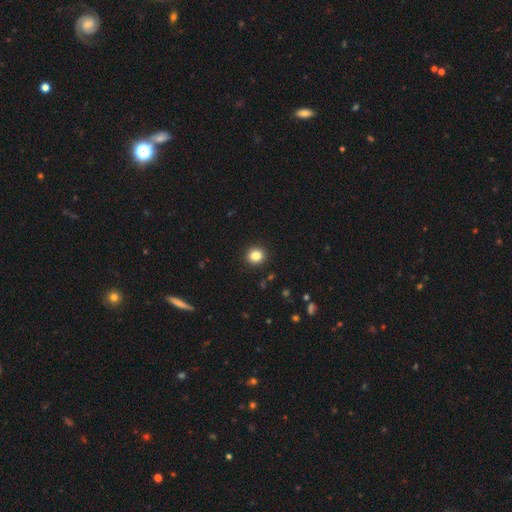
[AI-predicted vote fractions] The model was most divided on "smooth or featured": smooth: 84%, star or artifact: 11%, featured or disk: 5%. More confident: merging — none (92%); how rounded — round (88%).